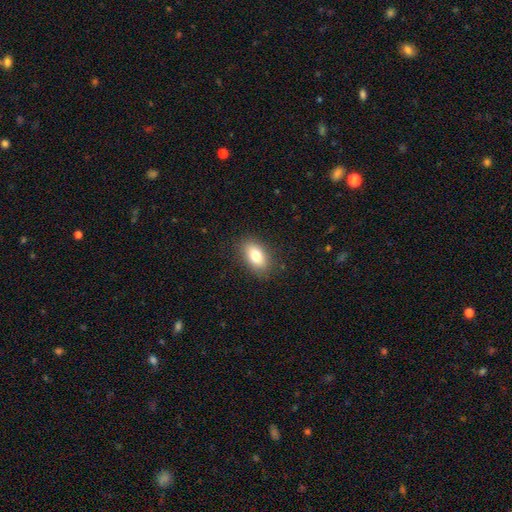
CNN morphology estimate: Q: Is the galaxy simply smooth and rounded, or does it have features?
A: smooth — 81%.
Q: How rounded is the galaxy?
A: in between — 89%.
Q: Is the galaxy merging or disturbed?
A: none — 86%.